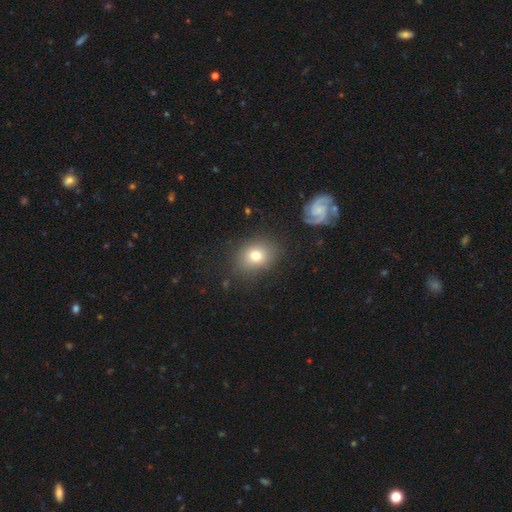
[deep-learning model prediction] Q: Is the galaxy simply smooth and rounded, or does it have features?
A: smooth — 76%.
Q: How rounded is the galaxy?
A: in between — 50%.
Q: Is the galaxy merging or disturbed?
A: none — 83%.